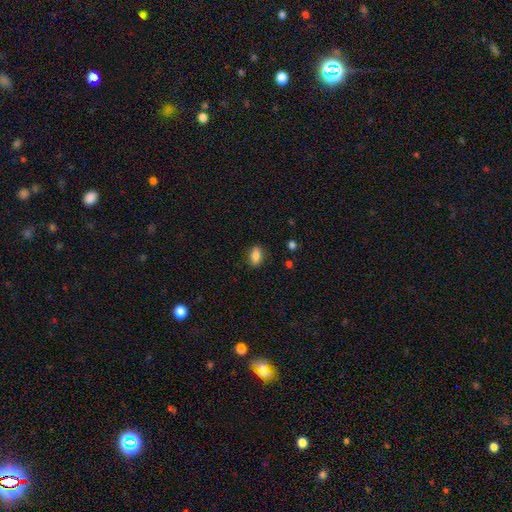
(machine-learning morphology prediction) type=smooth (83%); roundness=in between (84%); merging=none (85%).